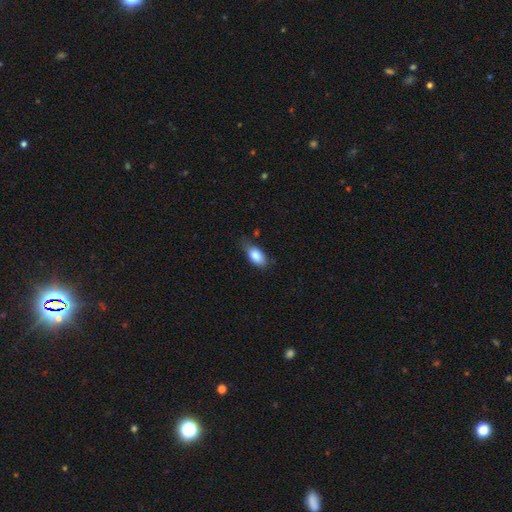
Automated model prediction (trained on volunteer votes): Overall: smooth (85%). How rounded: in between (90%). Merging: none (58%; minor disturbance 33%).